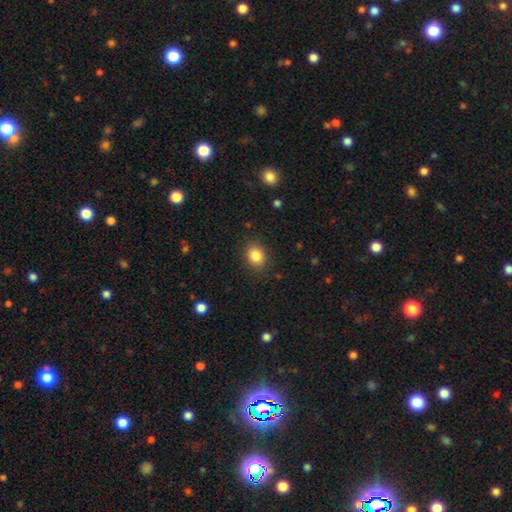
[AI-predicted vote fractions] The model was most divided on "how rounded": round: 51%, in between: 48%, cigar-shaped: 1%. More confident: merging — none (85%); smooth or featured — smooth (85%).